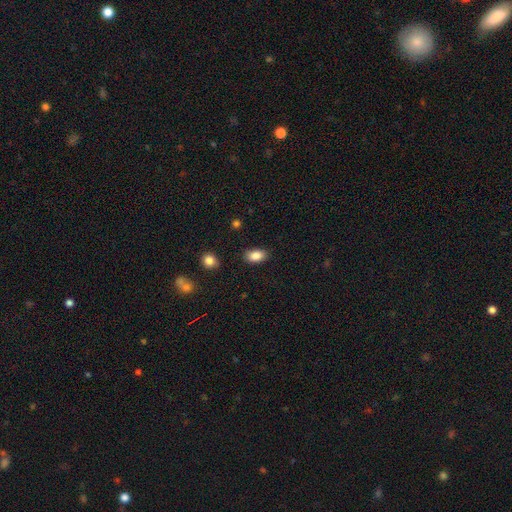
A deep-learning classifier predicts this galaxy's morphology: This appears to be a smooth galaxy with no disk features (87%) that is in between round and cigar-shaped (90%). Merging: none (85%).